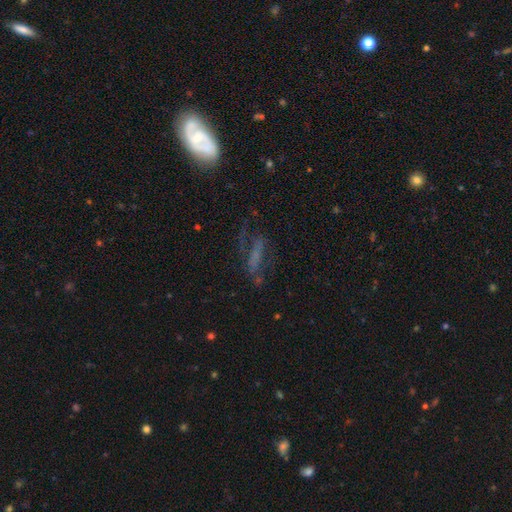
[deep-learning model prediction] This appears to be a featured or disk galaxy (44%). Merging: none (46%).